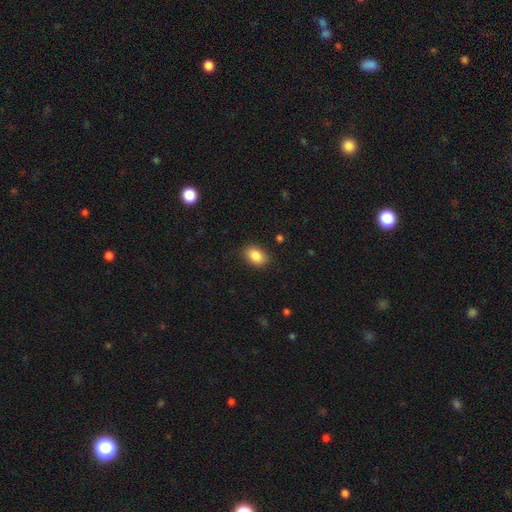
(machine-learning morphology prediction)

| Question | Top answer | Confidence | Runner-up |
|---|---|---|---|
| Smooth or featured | smooth | 86% | star or artifact (8%) |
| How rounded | in between | 78% | round (20%) |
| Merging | none | 84% | minor disturbance (12%) |